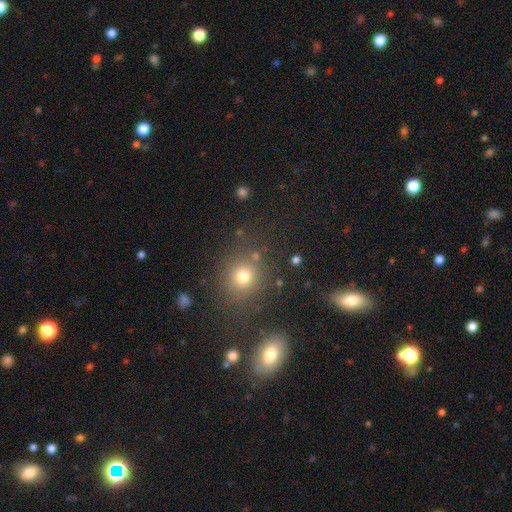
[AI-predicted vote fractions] Overall: smooth (70%). How rounded: round (80%). Merging: none (77%).